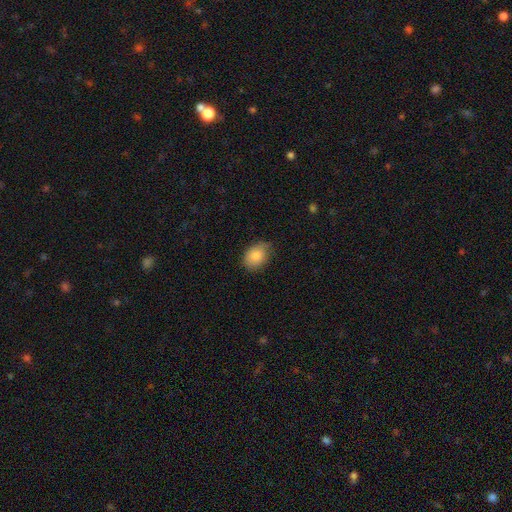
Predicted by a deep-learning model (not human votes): smooth 84%, featured or disk 8%, star or artifact 8%. Down the decision tree: how rounded — in between (72%); merging — none (72%).